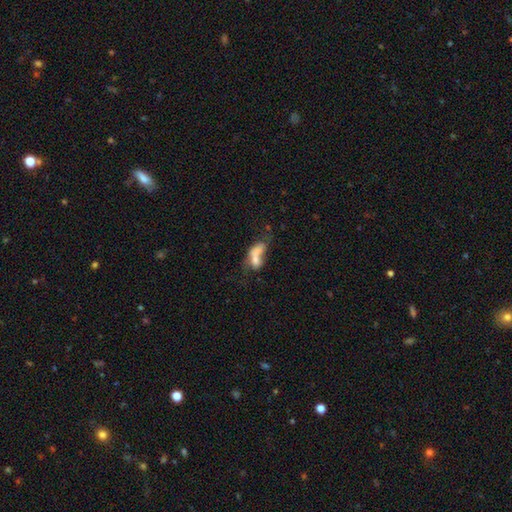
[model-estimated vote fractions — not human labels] Morphology: type=smooth (61%); roundness=in between (80%); merging=merger (51%).